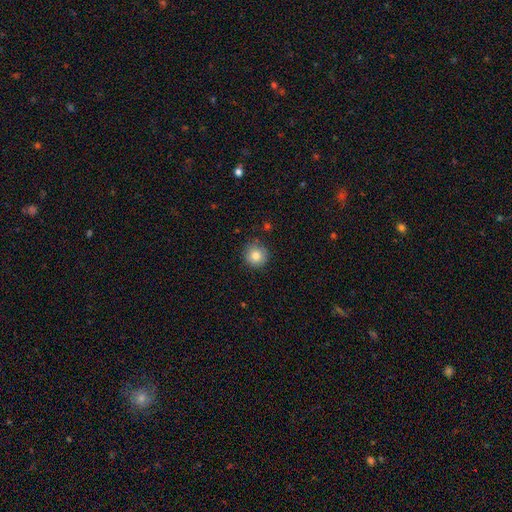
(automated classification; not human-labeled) Smooth or featured? Predicted: smooth (p=0.81). How rounded? Predicted: round (p=0.95). Merging? Predicted: none (p=0.85).